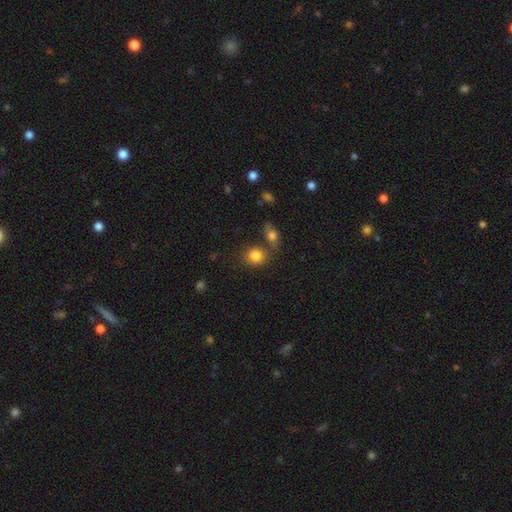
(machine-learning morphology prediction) type=smooth (83%); roundness=round (69%); merging=none (59%).